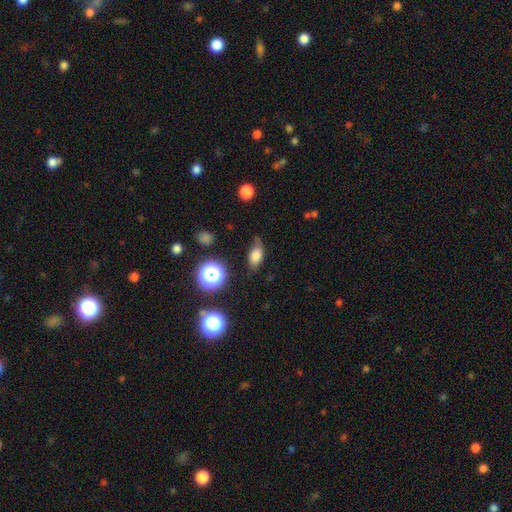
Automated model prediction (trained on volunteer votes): Smooth or featured? Predicted: smooth (p=0.73). How rounded? Predicted: in between (p=0.81). Merging? Predicted: none (p=0.64).